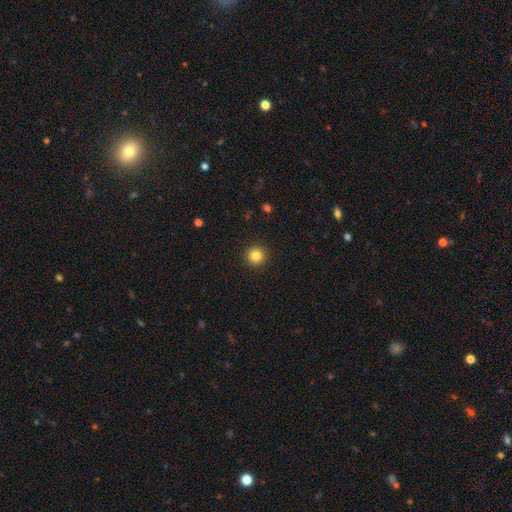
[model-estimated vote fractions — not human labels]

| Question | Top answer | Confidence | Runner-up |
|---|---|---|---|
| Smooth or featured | smooth | 84% | star or artifact (12%) |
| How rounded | round | 96% | in between (3%) |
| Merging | none | 93% | minor disturbance (4%) |